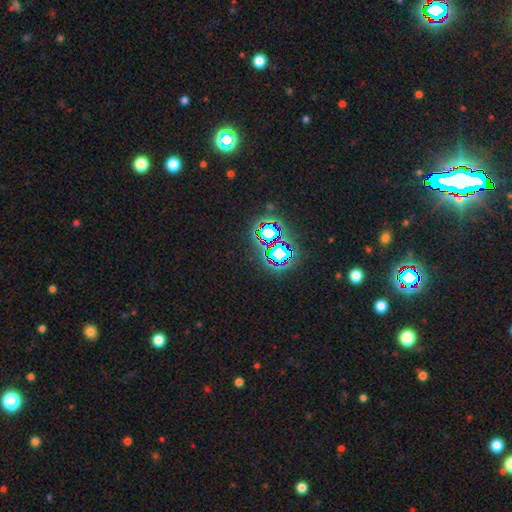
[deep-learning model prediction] This is clearly a star or artifact rather than a galaxy (81%).